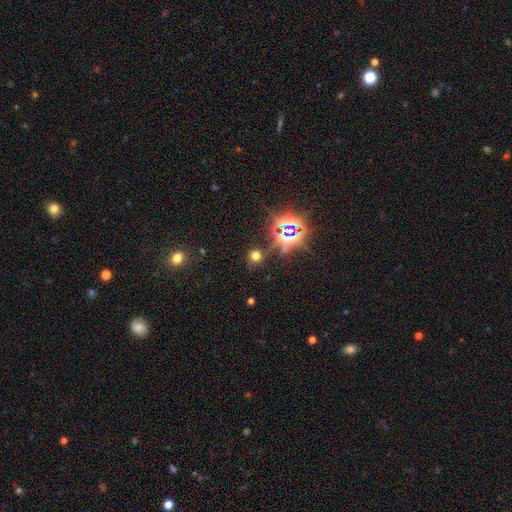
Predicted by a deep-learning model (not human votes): smooth-or-featured: smooth: 52% | star or artifact: 40% | featured or disk: 8%
  how-rounded: round: 88% | in between: 11% | cigar-shaped: 2%
  merging: none: 79% | minor disturbance: 11% | major disturbance: 6% | merger: 5%